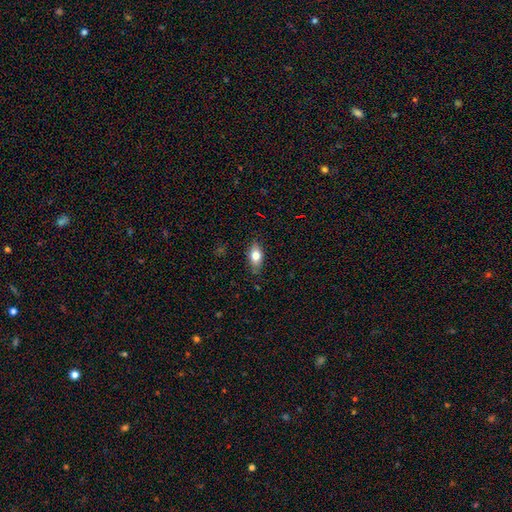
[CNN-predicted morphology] This appears to be a smooth galaxy with no disk features (74%) that is in between round and cigar-shaped (84%). Merging: none (81%).